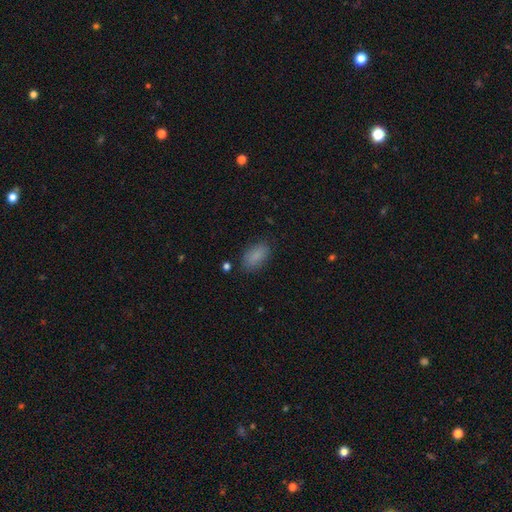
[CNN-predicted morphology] The model was most divided on "merging": none: 82%, minor disturbance: 13%, major disturbance: 3%, merger: 2%. More confident: how rounded — in between (92%); smooth or featured — smooth (86%).